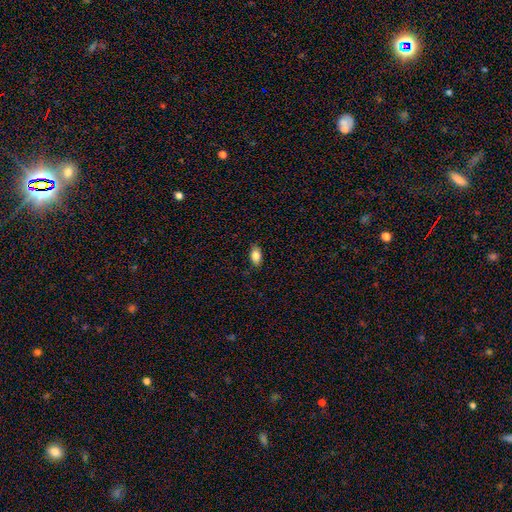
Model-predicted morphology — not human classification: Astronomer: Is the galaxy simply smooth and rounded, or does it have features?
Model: smooth — 84%.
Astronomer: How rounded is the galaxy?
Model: in between — 89%.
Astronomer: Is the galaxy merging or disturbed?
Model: none — 85%.